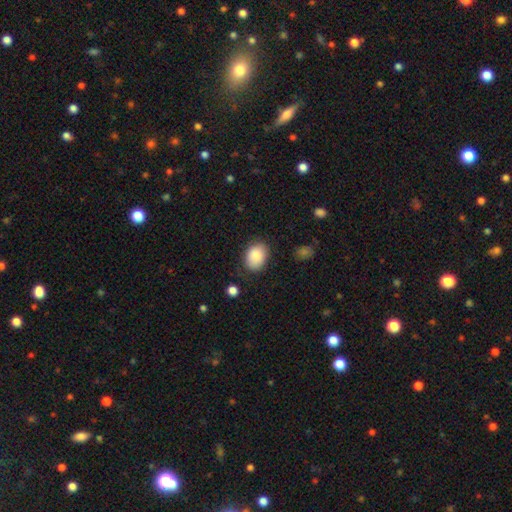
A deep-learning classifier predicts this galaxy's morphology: type=smooth (87%); roundness=in between (74%); merging=none (78%).